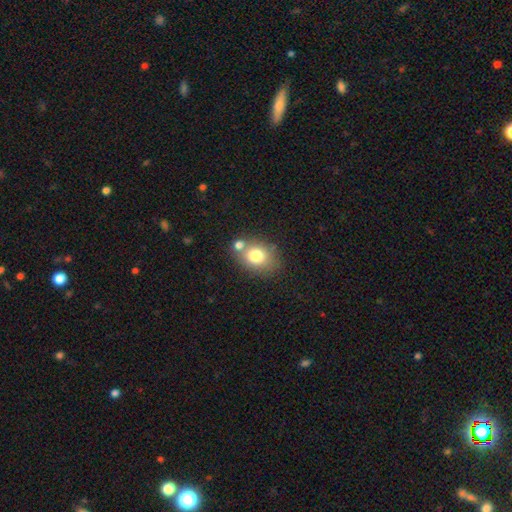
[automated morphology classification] smooth 76%, featured or disk 14%, star or artifact 10%. Down the decision tree: how rounded — in between (57%); merging — none (59%).